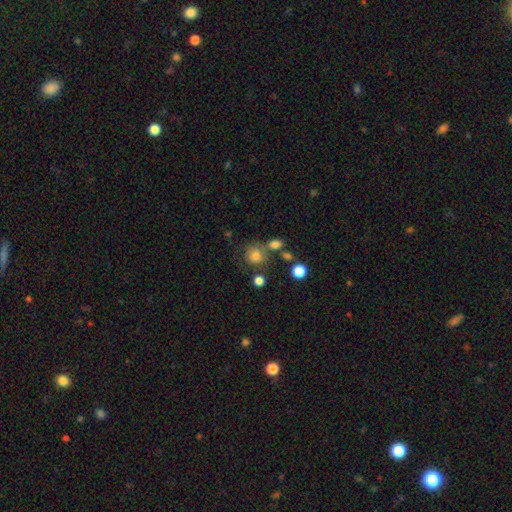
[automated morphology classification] Q: Smooth or featured?
A: smooth (78%); runner-up: star or artifact (12%)
Q: How rounded?
A: round (86%); runner-up: in between (13%)
Q: Merging?
A: none (61%); runner-up: merger (18%)